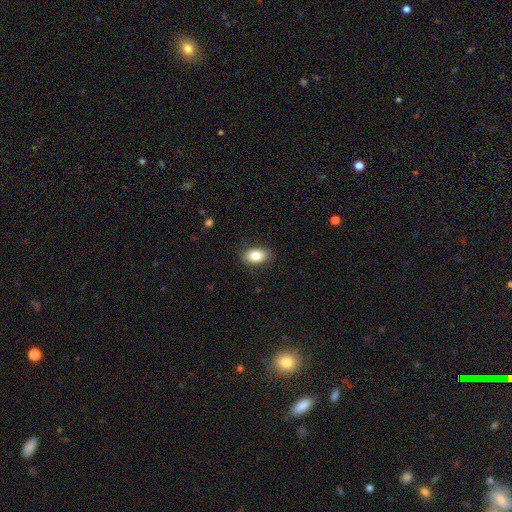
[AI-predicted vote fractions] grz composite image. It shows a smooth galaxy with no disk features (82%) that is in between round and cigar-shaped (90%). Merging: none (87%).